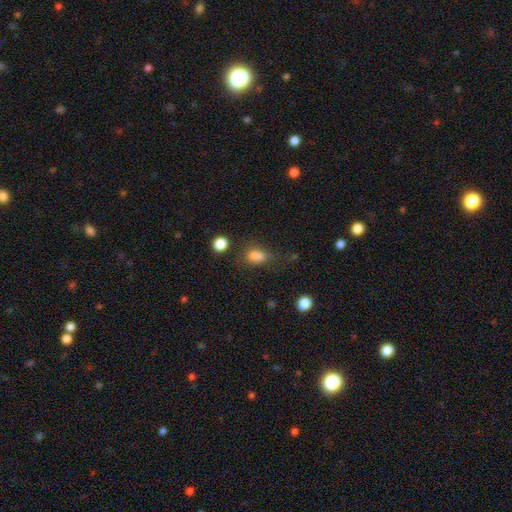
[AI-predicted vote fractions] This is likely a smooth galaxy (71%). How rounded: likely in between (62%). Merging: marginally none (35%).